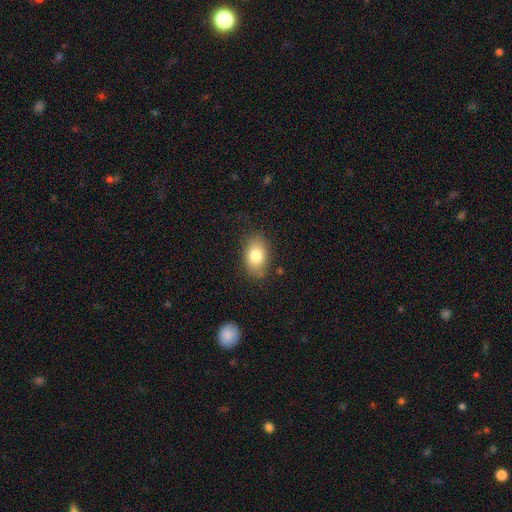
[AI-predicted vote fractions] Q: Smooth or featured?
A: smooth (79%); runner-up: featured or disk (13%)
Q: How rounded?
A: in between (87%); runner-up: round (12%)
Q: Merging?
A: none (79%); runner-up: minor disturbance (15%)